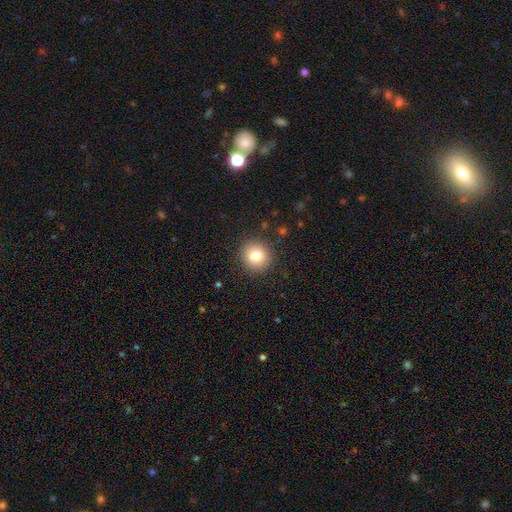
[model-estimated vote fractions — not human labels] Smooth or featured? Predicted: smooth (p=0.80). How rounded? Predicted: round (p=0.92). Merging? Predicted: none (p=0.90).